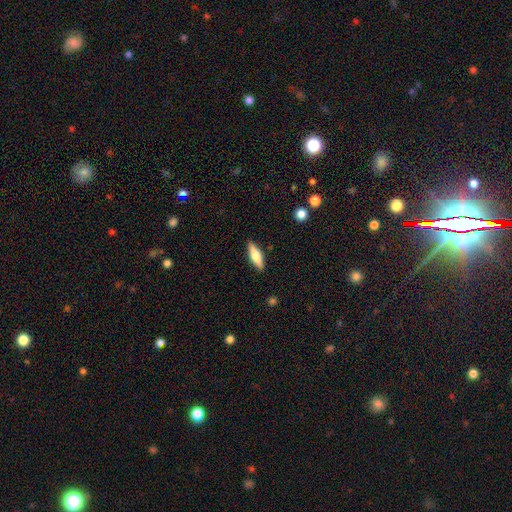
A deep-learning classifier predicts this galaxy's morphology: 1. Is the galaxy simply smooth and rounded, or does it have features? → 56% smooth, 37% featured or disk, 6% star or artifact.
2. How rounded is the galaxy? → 57% cigar-shaped, 40% in between, 2% round.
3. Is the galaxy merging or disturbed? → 89% none, 8% minor disturbance, 2% major disturbance, 1% merger.